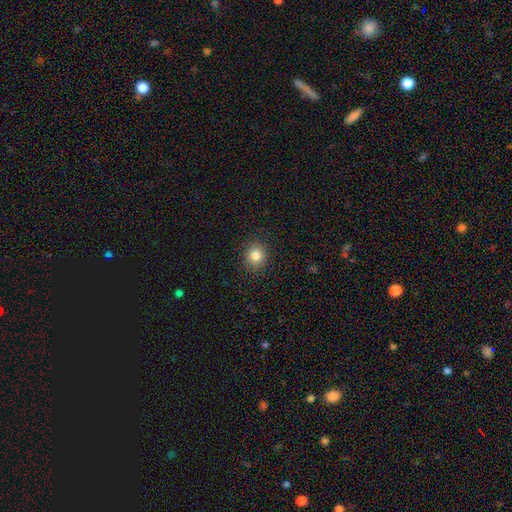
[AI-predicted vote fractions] Smooth or featured? smooth (83%)
How rounded? round (81%)
Merging? none (90%)